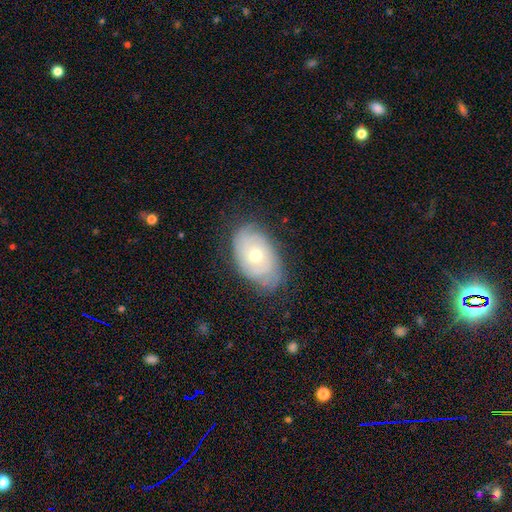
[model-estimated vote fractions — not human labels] Smooth or featured? featured or disk (59%)
Edge-on disk? no (93%)
Bar? no (85%)
Spiral arms? yes (72%)
Bulge size? moderate (57%)
Merging? none (74%)